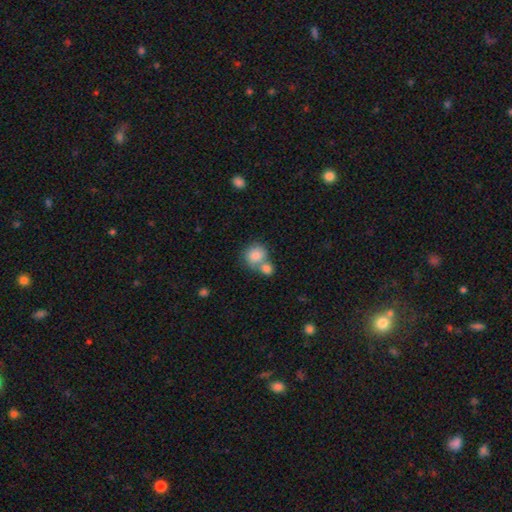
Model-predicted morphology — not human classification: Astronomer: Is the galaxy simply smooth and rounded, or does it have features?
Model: smooth — 83%.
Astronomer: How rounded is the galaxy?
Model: round — 79%.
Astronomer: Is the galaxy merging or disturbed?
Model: merger — 46% (runner-up: none, 42%).